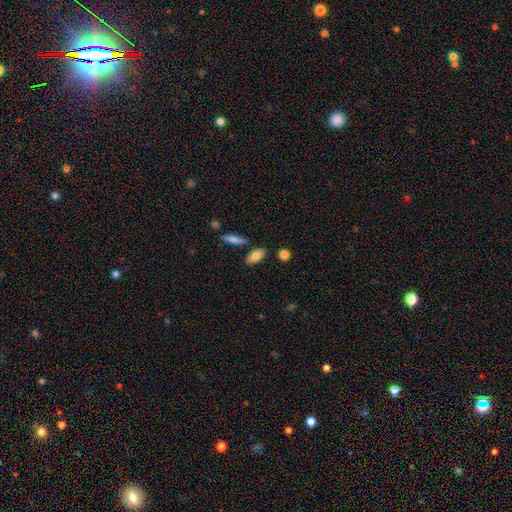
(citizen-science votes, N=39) Morphology: type=smooth (79%); roundness=in between (97%); merging=none (78%).